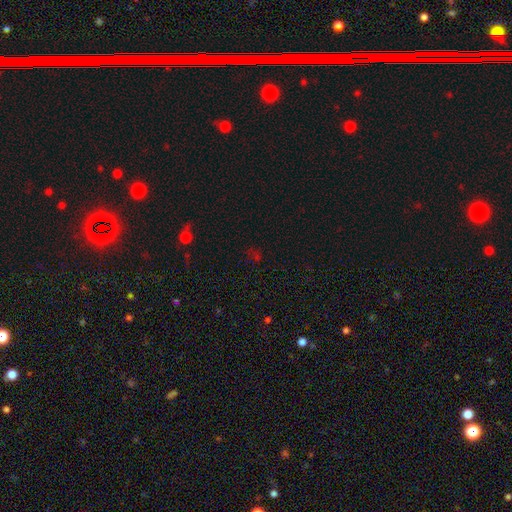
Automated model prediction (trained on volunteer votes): smooth-or-featured: star or artifact: 56% | smooth: 36% | featured or disk: 8%